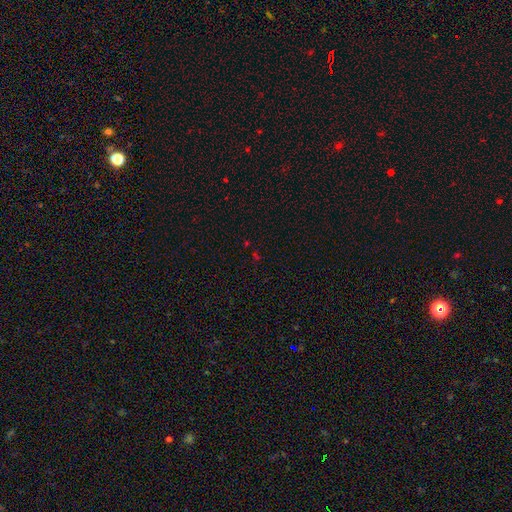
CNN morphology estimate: A star or artifact, not a galaxy (64%).

Vote fractions:
- Smooth or featured? star or artifact: 64% / smooth: 28% / featured or disk: 8%